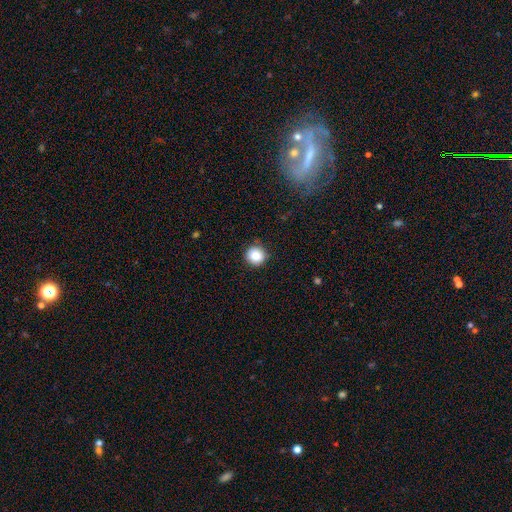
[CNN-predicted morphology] smooth 86%, star or artifact 9%, featured or disk 4%. Down the decision tree: how rounded — round (93%); merging — none (86%).